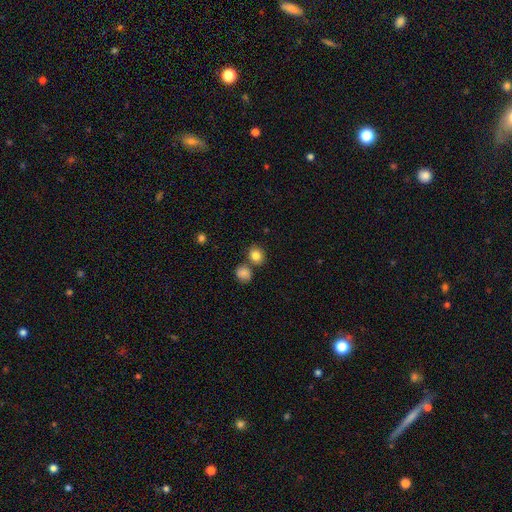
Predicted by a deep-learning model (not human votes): This appears to be a smooth galaxy with no disk features (84%) that is round (71%). Merging: none (68%).